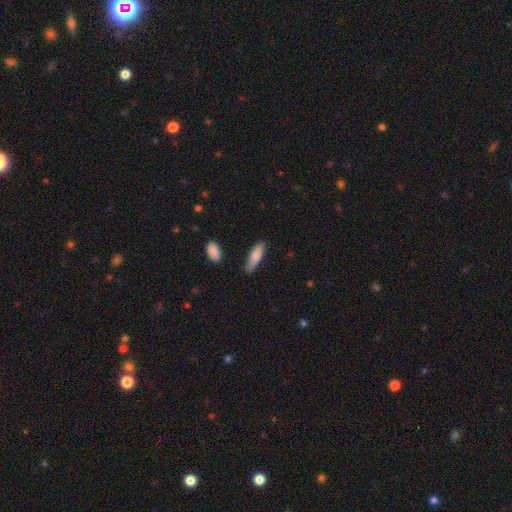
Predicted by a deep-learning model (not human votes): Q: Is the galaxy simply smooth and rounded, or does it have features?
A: smooth — 83%.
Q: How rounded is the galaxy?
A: cigar-shaped — 62%.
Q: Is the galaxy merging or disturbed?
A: none — 80%.